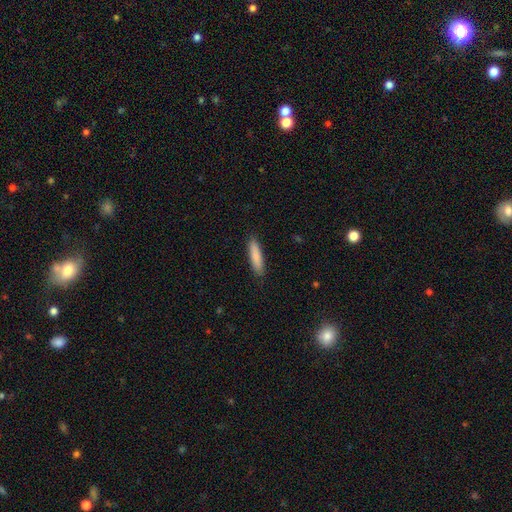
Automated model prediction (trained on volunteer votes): smooth-or-featured: smooth: 86% | featured or disk: 8% | star or artifact: 6%
  how-rounded: cigar-shaped: 78% | in between: 21% | round: 1%
  merging: none: 88% | minor disturbance: 9% | major disturbance: 2% | merger: 1%